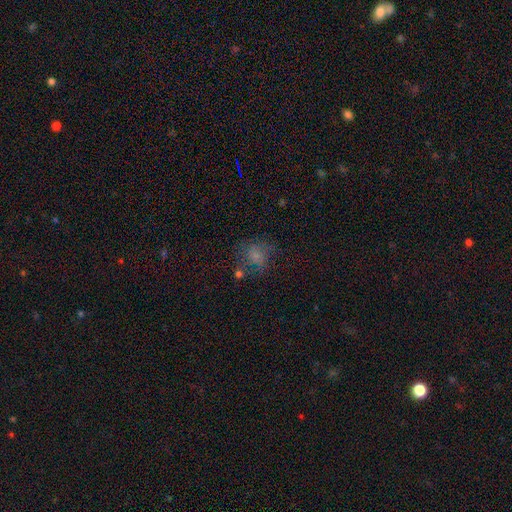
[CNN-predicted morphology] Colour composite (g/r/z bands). It shows a smooth galaxy with no disk features (63%) that is round (69%). Merging: none (53%).